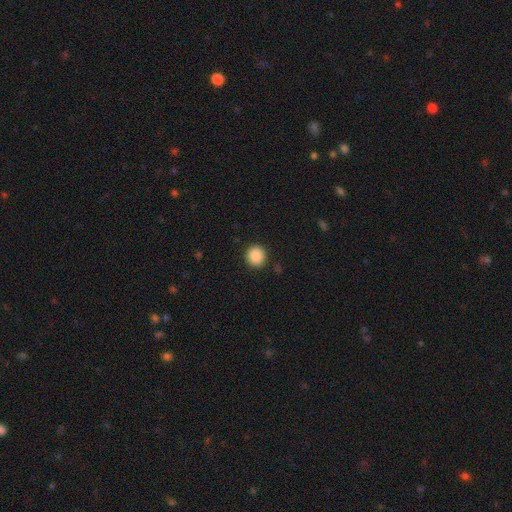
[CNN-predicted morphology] This is clearly a smooth galaxy (89%). How rounded: clearly round (91%). Merging: clearly none (91%).